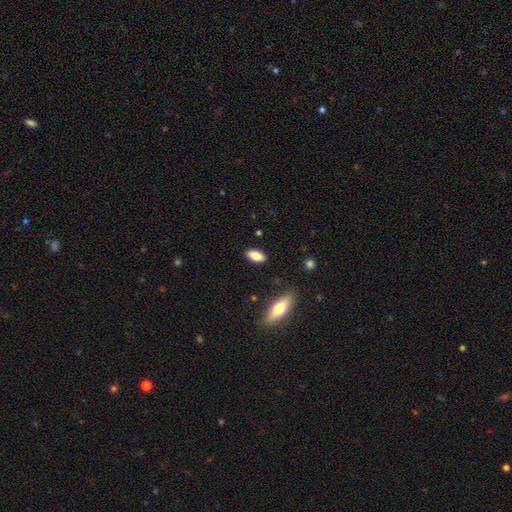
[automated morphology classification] A smooth galaxy with no disk features (82%) that is in between round and cigar-shaped (87%). Merging: none (86%).